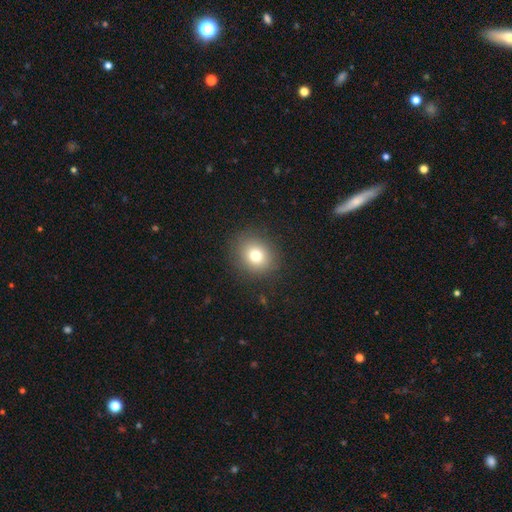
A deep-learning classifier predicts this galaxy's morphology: Smooth or featured?
  - smooth: 77% *
  - star or artifact: 13%
  - featured or disk: 10%
How rounded?
  - round: 72% *
  - in between: 28%
  - cigar-shaped: 1%
Merging?
  - none: 87% *
  - minor disturbance: 9%
  - major disturbance: 3%
  - merger: 1%